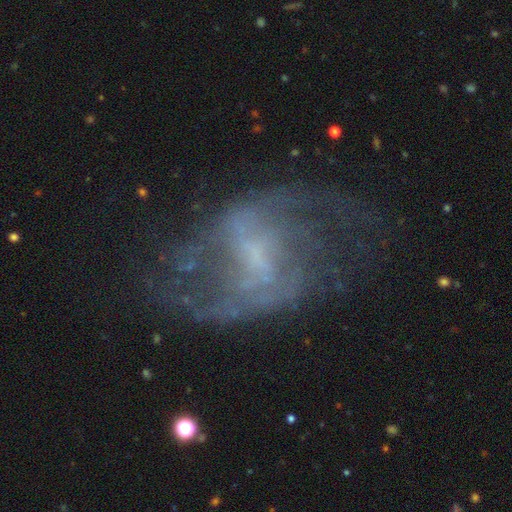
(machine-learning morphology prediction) A featured or disk galaxy (82%) with a weak bar (51%), 2 (73%) loose (53%) spiral arms (85%) and a small central bulge (39%).

Vote fractions:
- Smooth or featured? featured or disk: 82% / star or artifact: 10% / smooth: 9%
- Edge-on disk? no: 97% / yes: 3%
- Bar? weak: 51% / no: 28% / strong: 21%
- Spiral arms? yes: 85% / no: 15%
- Spiral winding? loose: 53% / medium: 36% / tight: 11%
- Spiral arm count? 2: 73% / can't tell: 15% / 3: 4% / 1: 4% / 4: 2% / more than 4: 2%
- Bulge size? small: 39% / none: 38% / moderate: 18% / large: 3% / dominant: 1%
- Merging? none: 54% / major disturbance: 25% / minor disturbance: 18% / merger: 3%